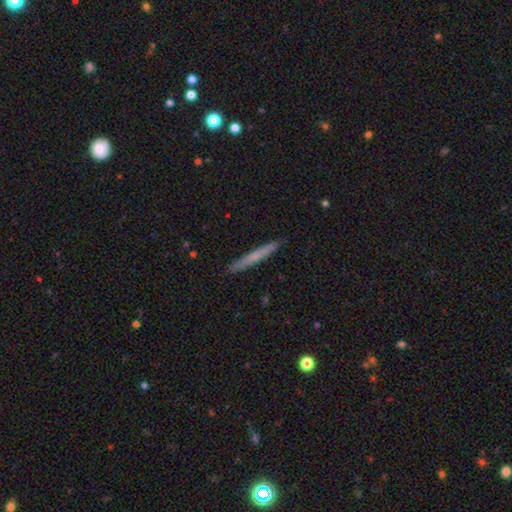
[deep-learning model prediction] This appears to be a smooth galaxy with no disk features (57%) that is cigar-shaped (97%). Merging: none (92%).